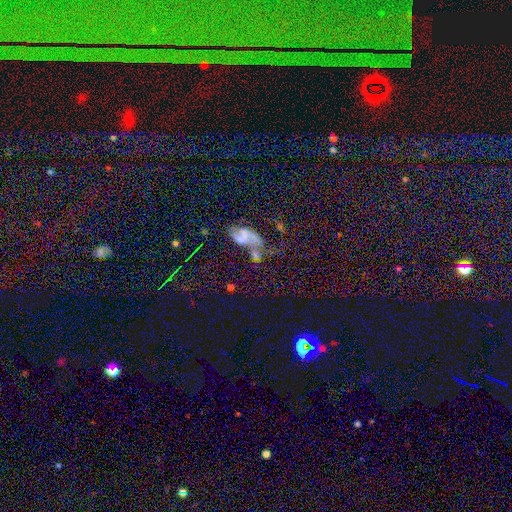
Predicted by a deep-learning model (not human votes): Smooth or featured? smooth (36%)
Merging? none (30%, tied with merger)